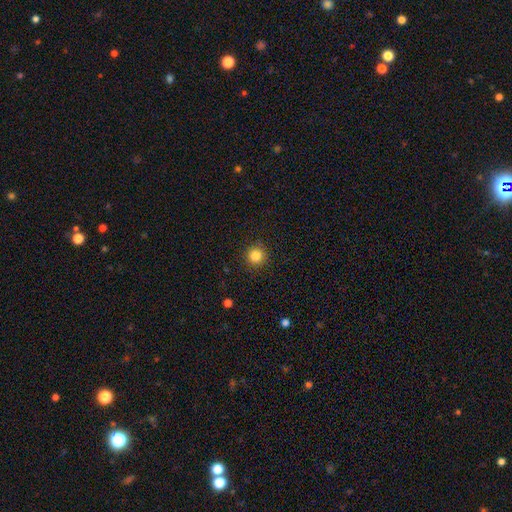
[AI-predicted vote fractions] Morphology: type=smooth (84%); roundness=round (95%); merging=none (91%).